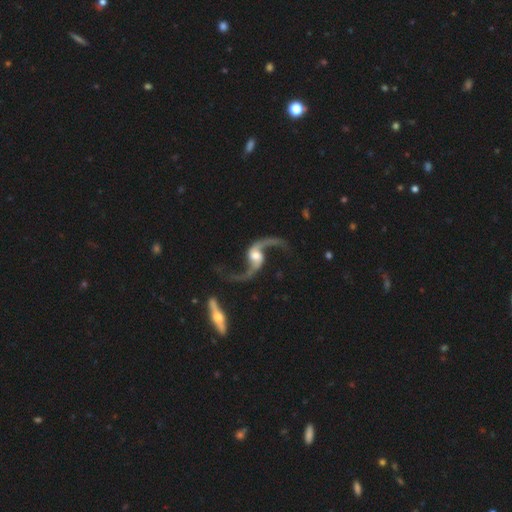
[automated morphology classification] A featured or disk galaxy (93%) with no bar (43%), 2 (95%) loose (90%) spiral arms (98%) and a moderate central bulge (54%). Merging: none (74%).